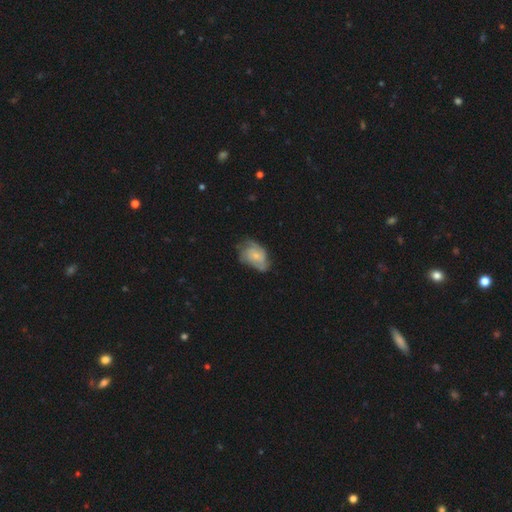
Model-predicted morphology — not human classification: This appears to be a featured or disk galaxy (61%) with no bar (73%), spiral arms (83%) and a small central bulge (64%). Merging: none (49%).